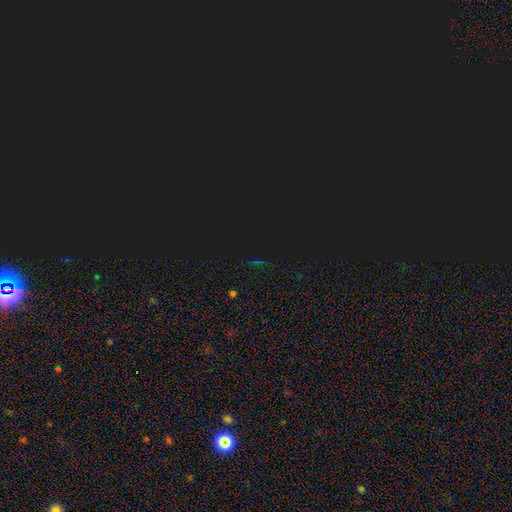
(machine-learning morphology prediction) star or artifact 77%, smooth 15%, featured or disk 8%.